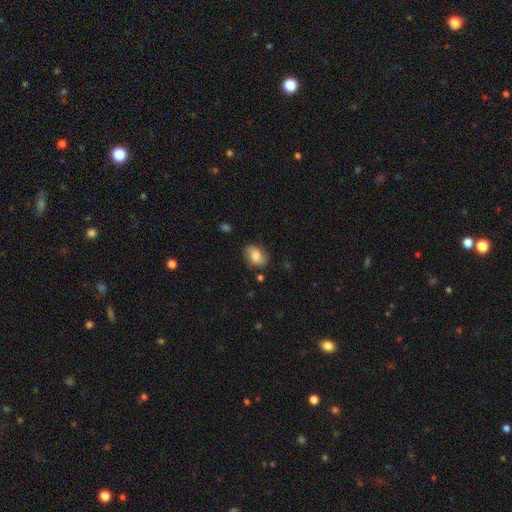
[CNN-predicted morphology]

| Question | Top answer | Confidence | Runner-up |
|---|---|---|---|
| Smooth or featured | smooth | 72% | featured or disk (20%) |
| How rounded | in between | 75% | round (23%) |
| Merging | none | 73% | minor disturbance (20%) |